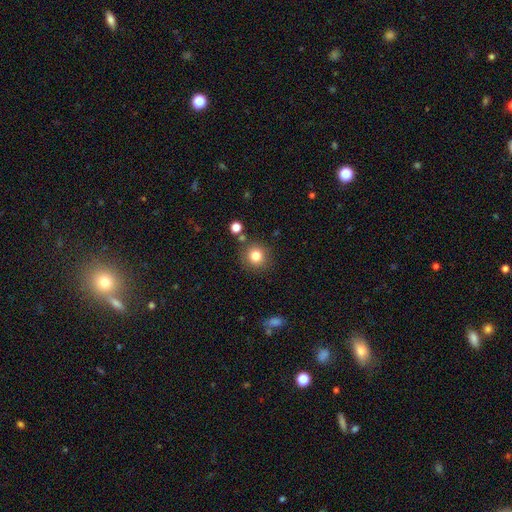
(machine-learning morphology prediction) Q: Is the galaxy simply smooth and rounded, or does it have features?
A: smooth — 82%.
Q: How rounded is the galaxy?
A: round — 91%.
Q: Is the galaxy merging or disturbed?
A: none — 83%.